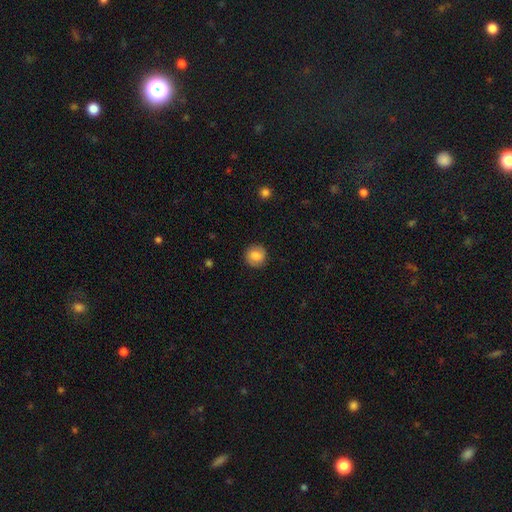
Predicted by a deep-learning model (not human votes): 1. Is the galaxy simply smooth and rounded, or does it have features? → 81% smooth, 11% featured or disk, 8% star or artifact.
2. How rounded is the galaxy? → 92% round, 7% in between, 1% cigar-shaped.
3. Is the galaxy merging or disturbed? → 89% none, 8% minor disturbance, 2% major disturbance, 1% merger.